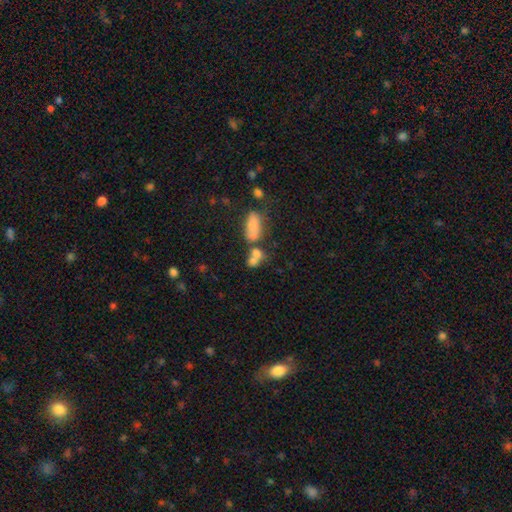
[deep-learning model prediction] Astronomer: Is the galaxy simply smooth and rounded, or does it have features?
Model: smooth — 70%.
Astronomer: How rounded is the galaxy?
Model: in between — 56% (runner-up: round, 40%).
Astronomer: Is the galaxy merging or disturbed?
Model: merger — 56%.